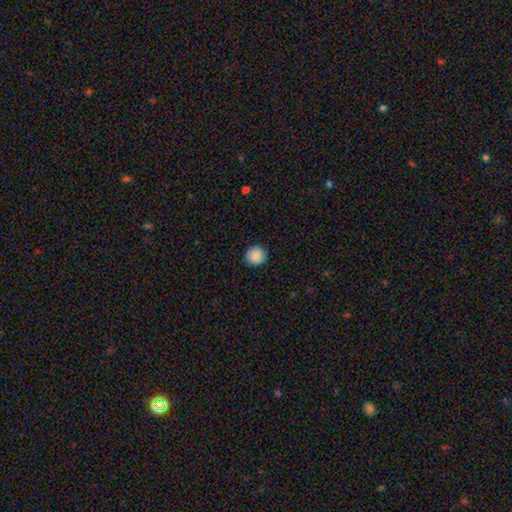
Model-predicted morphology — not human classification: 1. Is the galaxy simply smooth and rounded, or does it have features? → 88% smooth, 8% star or artifact, 4% featured or disk.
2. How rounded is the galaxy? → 88% round, 11% in between, 1% cigar-shaped.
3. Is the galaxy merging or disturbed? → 89% none, 8% minor disturbance, 2% major disturbance, 1% merger.